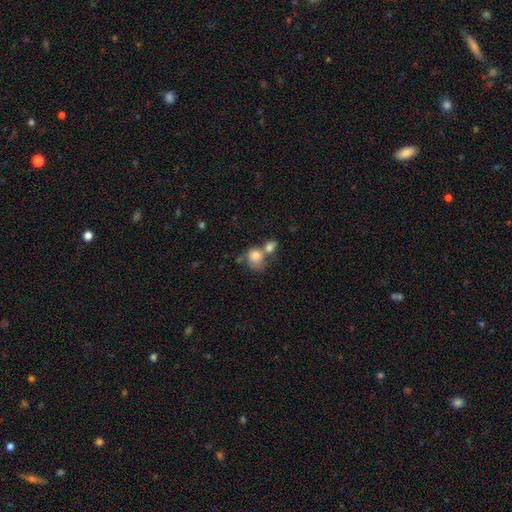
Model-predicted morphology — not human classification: A smooth galaxy with no disk features (78%) that is round (58%).

Vote fractions:
- Smooth or featured? smooth: 78% / featured or disk: 14% / star or artifact: 9%
- How rounded? round: 58% / in between: 40% / cigar-shaped: 1%
- Merging? merger: 58% / none: 25% / minor disturbance: 10% / major disturbance: 7%